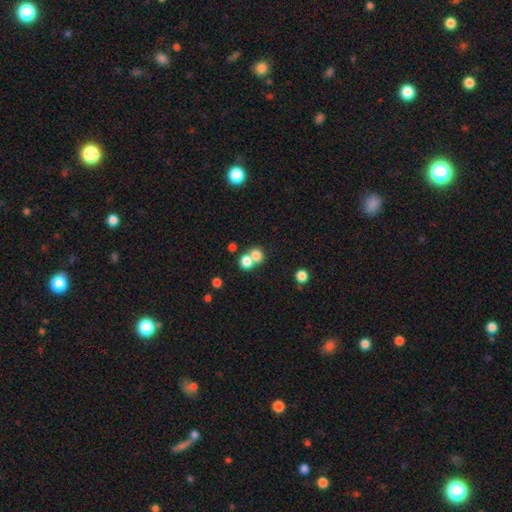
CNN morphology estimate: smooth 76%, star or artifact 13%, featured or disk 11%. Down the decision tree: how rounded — round (74%); merging — merger (53%).